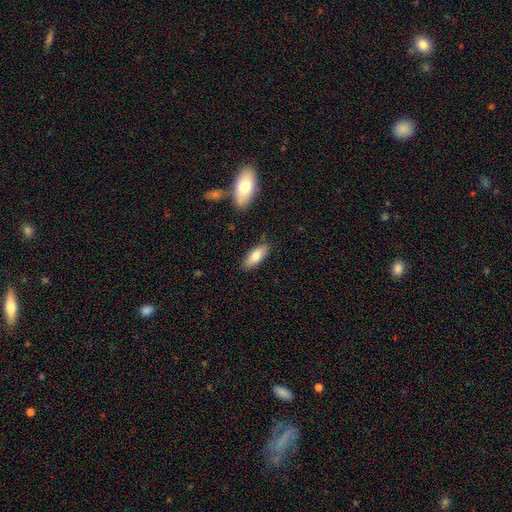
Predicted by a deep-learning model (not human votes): smooth-or-featured: smooth: 77% | featured or disk: 17% | star or artifact: 6%
  how-rounded: in between: 77% | cigar-shaped: 21% | round: 2%
  merging: none: 84% | minor disturbance: 11% | merger: 3% | major disturbance: 2%